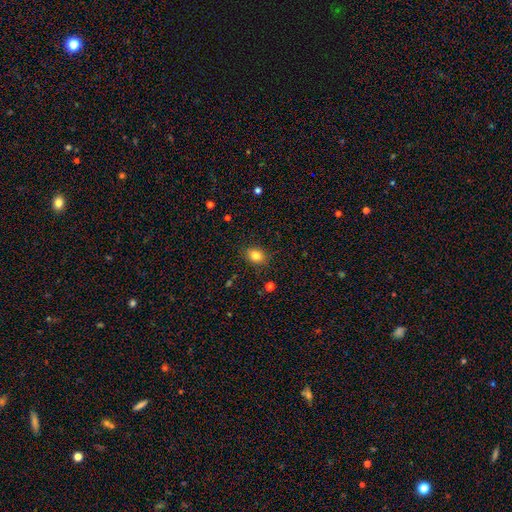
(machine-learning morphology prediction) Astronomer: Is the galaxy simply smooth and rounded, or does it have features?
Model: smooth — 83%.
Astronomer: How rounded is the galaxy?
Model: in between — 63%.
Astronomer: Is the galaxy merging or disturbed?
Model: none — 86%.